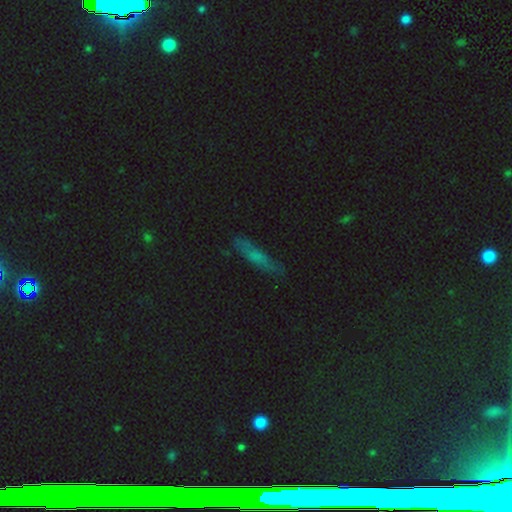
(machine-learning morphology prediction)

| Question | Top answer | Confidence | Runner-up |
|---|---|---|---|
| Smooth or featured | smooth | 55% | featured or disk (32%) |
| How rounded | cigar-shaped | 82% | in between (15%) |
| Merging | none | 77% | minor disturbance (16%) |